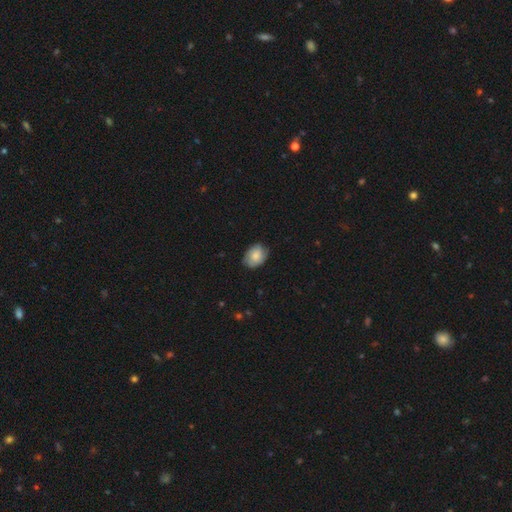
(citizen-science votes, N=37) Morphology: type=smooth (68%); roundness=in between (84%); merging=none (69%).